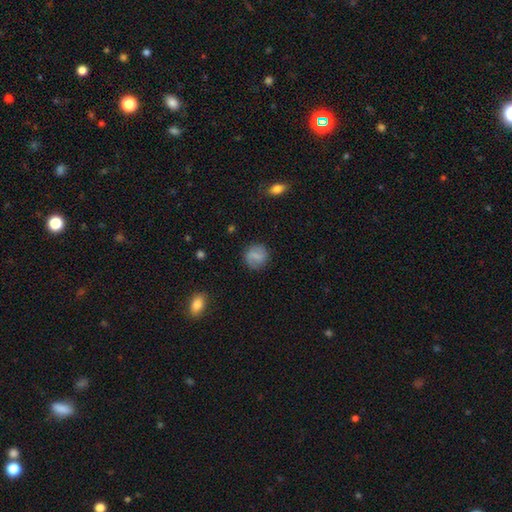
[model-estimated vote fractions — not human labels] Smooth or featured? smooth (70%)
How rounded? round (84%)
Merging? none (83%)